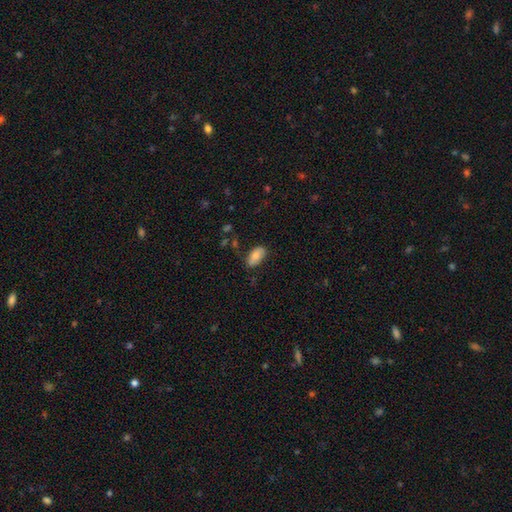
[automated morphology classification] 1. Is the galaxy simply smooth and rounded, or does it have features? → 74% smooth, 19% featured or disk, 7% star or artifact.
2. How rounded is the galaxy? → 93% in between, 4% round, 4% cigar-shaped.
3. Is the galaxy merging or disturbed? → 74% none, 19% minor disturbance, 4% major disturbance, 2% merger.